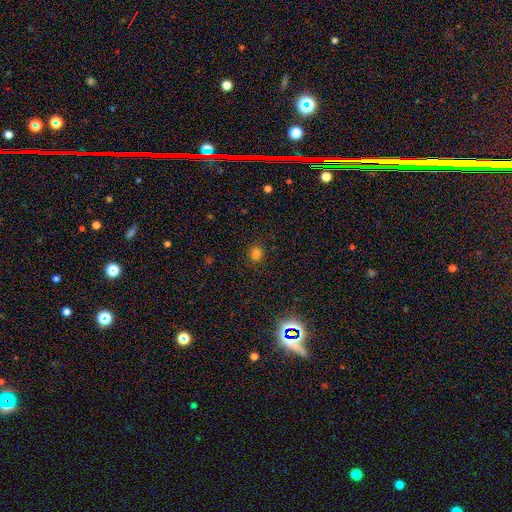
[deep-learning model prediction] Smooth or featured?
  - smooth: 73% *
  - star or artifact: 21%
  - featured or disk: 6%
How rounded?
  - round: 65% *
  - in between: 34%
  - cigar-shaped: 1%
Merging?
  - none: 85% *
  - minor disturbance: 10%
  - major disturbance: 3%
  - merger: 1%